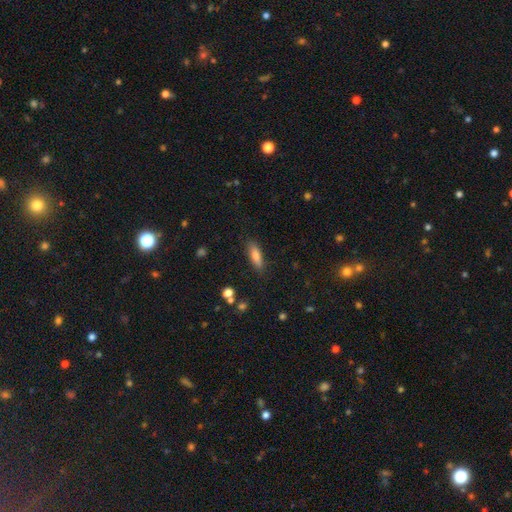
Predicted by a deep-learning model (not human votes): Morphology: type=smooth (79%); roundness=in between (51%); merging=none (84%).